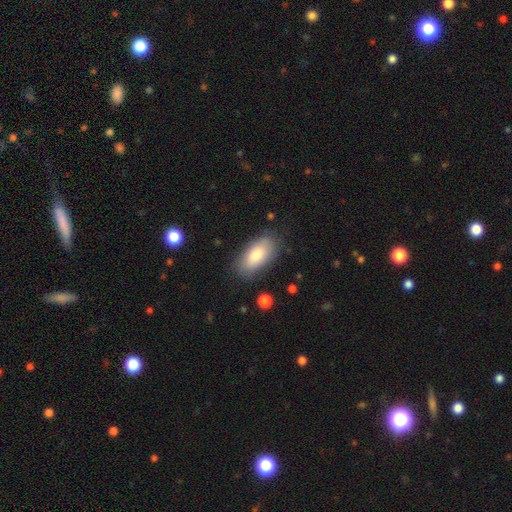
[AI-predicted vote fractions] Smooth or featured: smooth — 81% (featured or disk — 13%)
How rounded: in between — 91% (cigar-shaped — 6%)
Merging: none — 81% (minor disturbance — 14%)